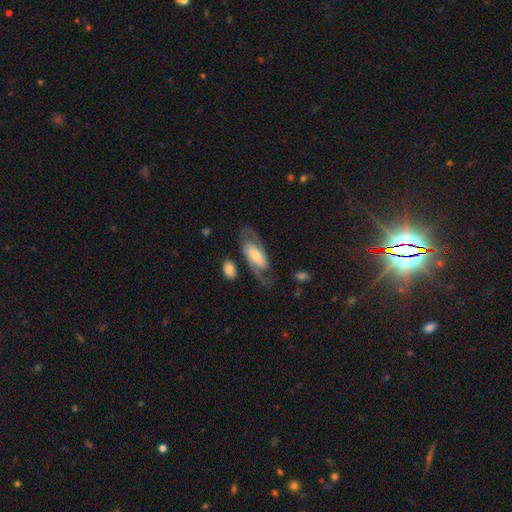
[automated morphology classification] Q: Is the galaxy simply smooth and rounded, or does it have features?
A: featured or disk — 77%.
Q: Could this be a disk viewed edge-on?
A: no — 93%.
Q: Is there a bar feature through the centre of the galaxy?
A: weak — 35%.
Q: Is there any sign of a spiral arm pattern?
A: yes — 92%.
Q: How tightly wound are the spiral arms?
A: medium — 50%.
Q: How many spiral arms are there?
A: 2 — 88%.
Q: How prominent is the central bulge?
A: small — 44%.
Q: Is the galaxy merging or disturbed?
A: none — 71%.